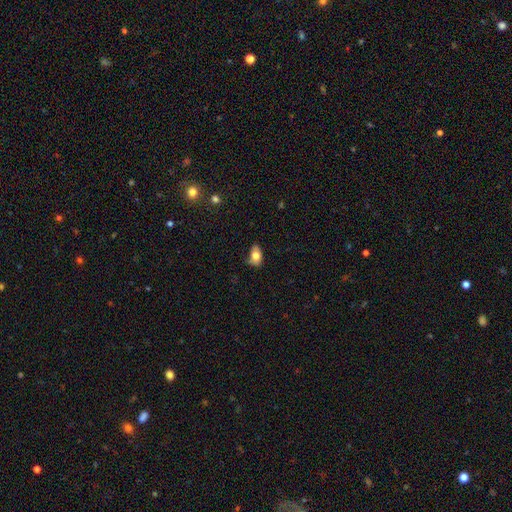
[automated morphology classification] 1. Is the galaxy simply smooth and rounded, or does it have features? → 74% smooth, 17% featured or disk, 9% star or artifact.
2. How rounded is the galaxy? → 87% in between, 11% round, 3% cigar-shaped.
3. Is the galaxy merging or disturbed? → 48% none, 36% minor disturbance, 12% major disturbance, 3% merger.